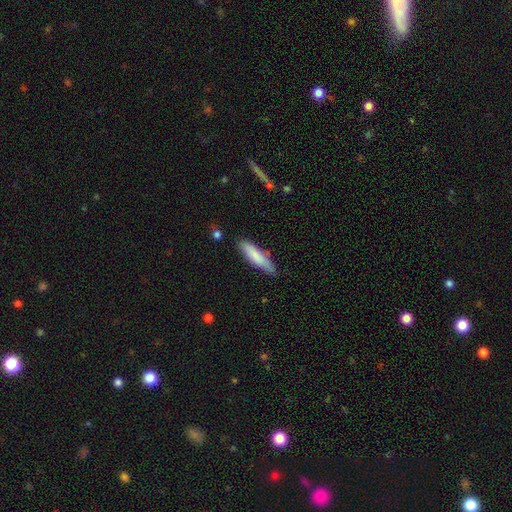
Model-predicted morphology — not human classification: This is likely a smooth galaxy (79%). How rounded: likely cigar-shaped (75%). Merging: likely none (78%).